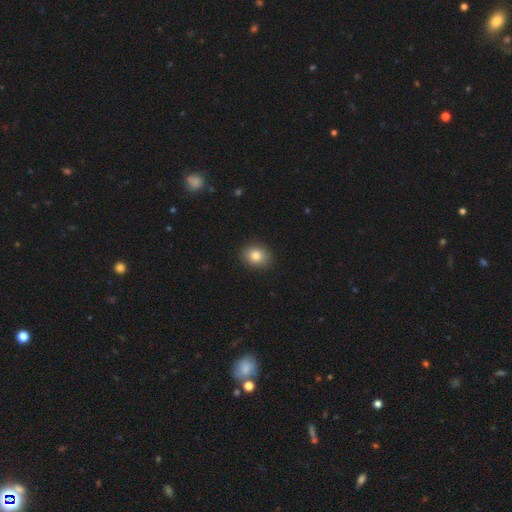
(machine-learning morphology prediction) smooth-or-featured: smooth: 82% | star or artifact: 10% | featured or disk: 8%
  how-rounded: round: 58% | in between: 41% | cigar-shaped: 1%
  merging: none: 91% | minor disturbance: 7% | major disturbance: 2% | merger: 1%